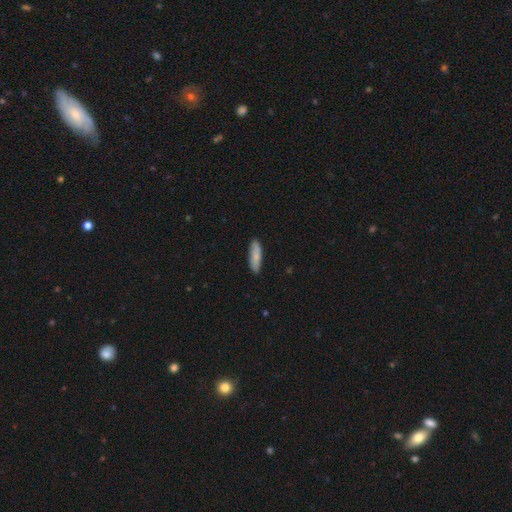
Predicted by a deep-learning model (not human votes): smooth 82%, featured or disk 13%, star or artifact 6%. Down the decision tree: how rounded — cigar-shaped (62%); merging — none (88%).